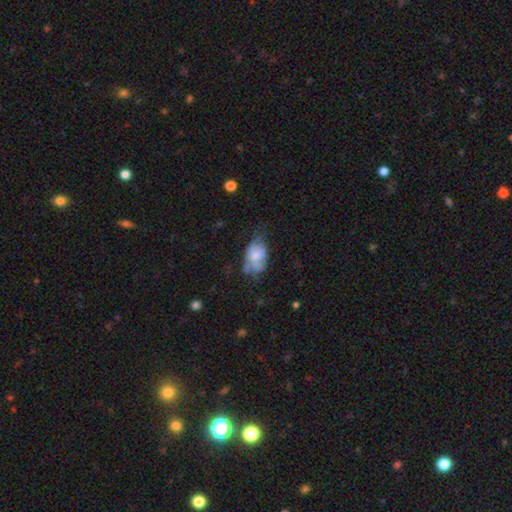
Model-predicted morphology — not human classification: The model was most divided on "merging": minor disturbance: 37%, none: 34%, major disturbance: 24%, merger: 5%. More confident: how rounded — in between (87%); smooth or featured — smooth (55%).